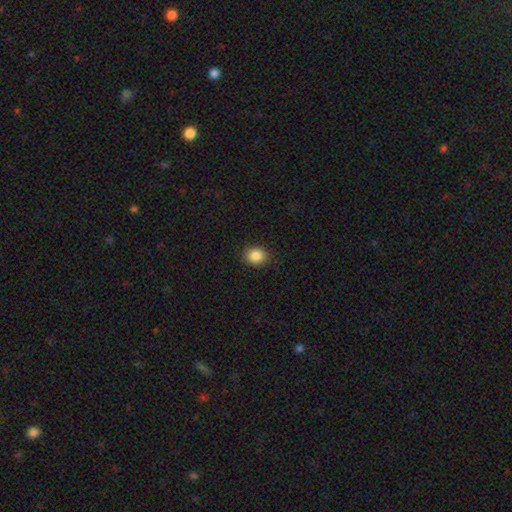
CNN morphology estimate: Overall: smooth (87%). How rounded: round (68%; in between 31%). Merging: none (89%).